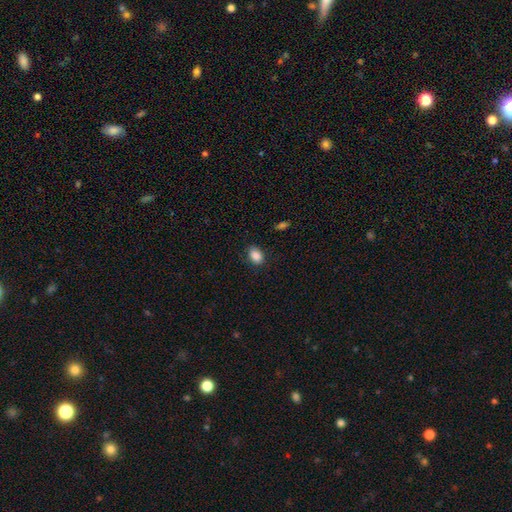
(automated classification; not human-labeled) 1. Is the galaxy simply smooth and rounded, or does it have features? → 88% smooth, 8% star or artifact, 4% featured or disk.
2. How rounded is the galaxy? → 81% in between, 18% round, 1% cigar-shaped.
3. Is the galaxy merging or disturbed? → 84% none, 12% minor disturbance, 3% major disturbance, 1% merger.